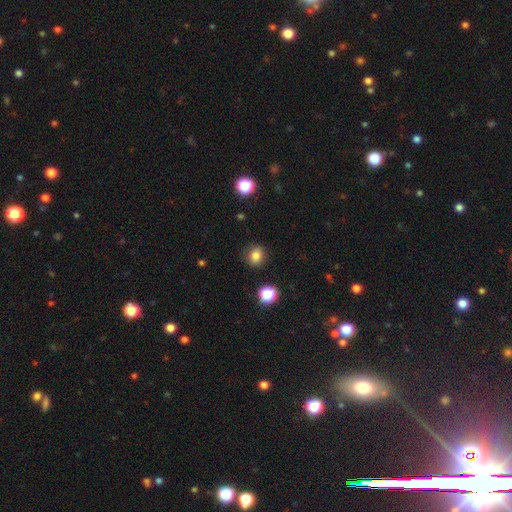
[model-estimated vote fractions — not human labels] smooth-or-featured: smooth: 81% | star or artifact: 13% | featured or disk: 6%
  how-rounded: round: 77% | in between: 22% | cigar-shaped: 1%
  merging: none: 85% | minor disturbance: 10% | major disturbance: 3% | merger: 2%